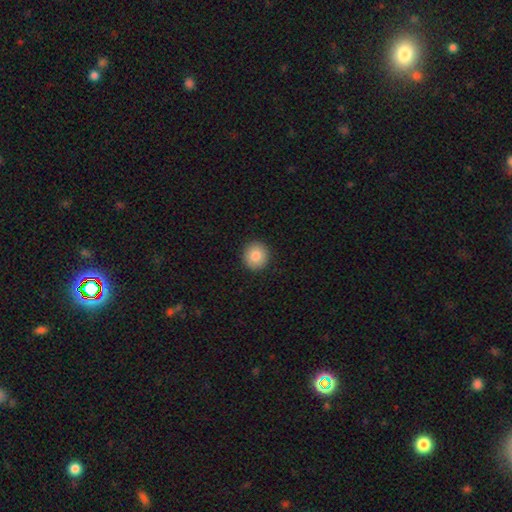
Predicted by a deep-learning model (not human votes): Smooth or featured: smooth — 84% (star or artifact — 8%)
How rounded: round — 91% (in between — 8%)
Merging: none — 92% (minor disturbance — 5%)